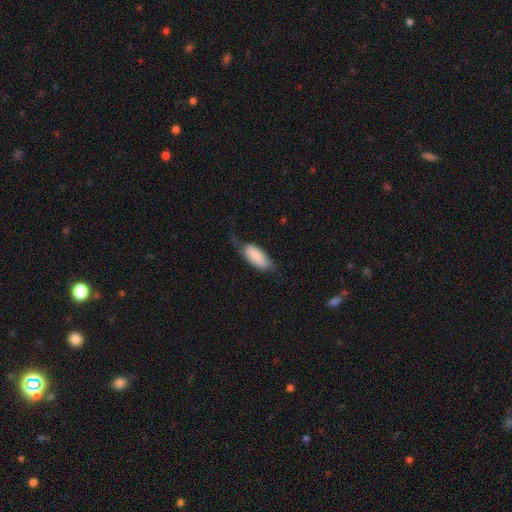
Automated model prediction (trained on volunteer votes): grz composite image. It shows a smooth galaxy with no disk features (75%) that is in between round and cigar-shaped (83%). Merging: none (47%).